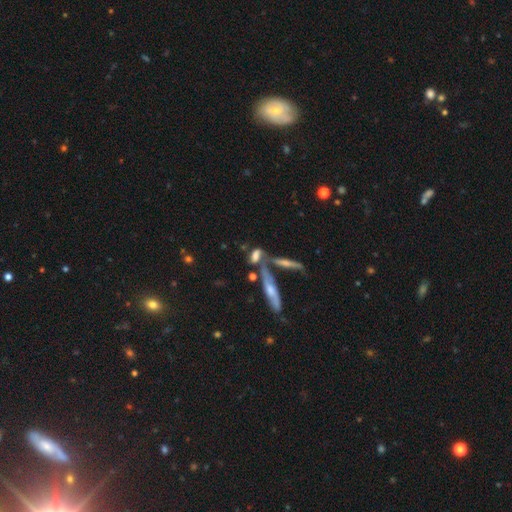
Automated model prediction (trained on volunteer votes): smooth_or_featured: smooth (p=0.56) [alt: featured or disk p=0.33]
how_rounded: in between (p=0.55) [alt: cigar-shaped p=0.39]
merging: merger (p=0.44) [alt: none p=0.32]